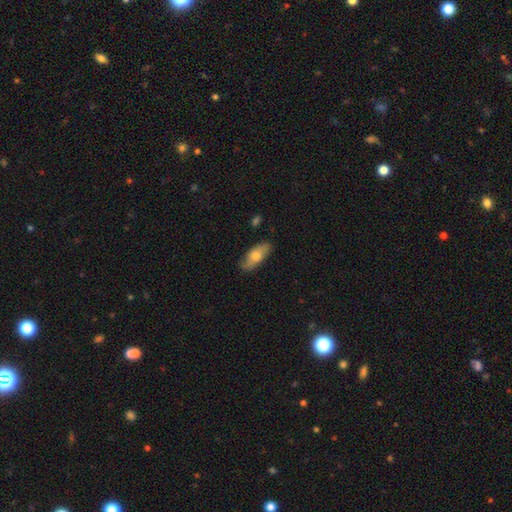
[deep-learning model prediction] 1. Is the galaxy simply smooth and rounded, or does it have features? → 61% smooth, 32% featured or disk, 6% star or artifact.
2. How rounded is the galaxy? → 80% in between, 17% cigar-shaped, 3% round.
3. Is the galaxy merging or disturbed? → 79% none, 16% minor disturbance, 3% major disturbance, 1% merger.